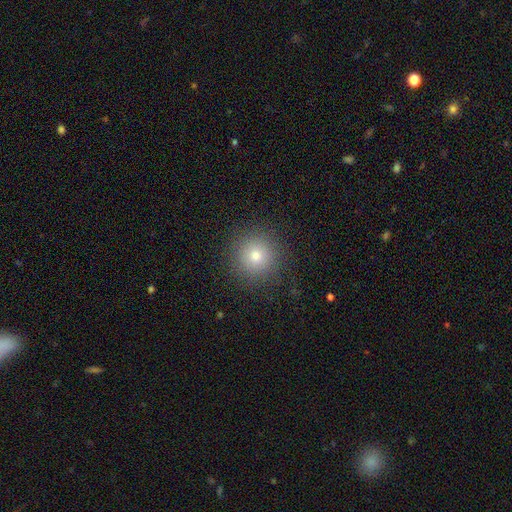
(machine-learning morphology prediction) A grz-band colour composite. It shows a smooth galaxy with no disk features (76%) that is round (95%). Merging: none (90%).